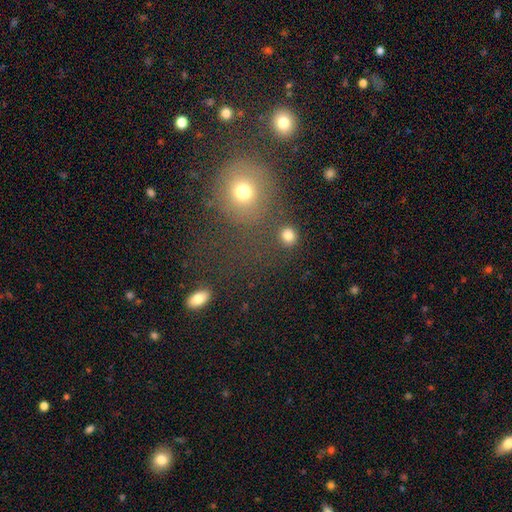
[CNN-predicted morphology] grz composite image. It shows a smooth galaxy with no disk features (56%) that is round (81%). Merging: none (67%).